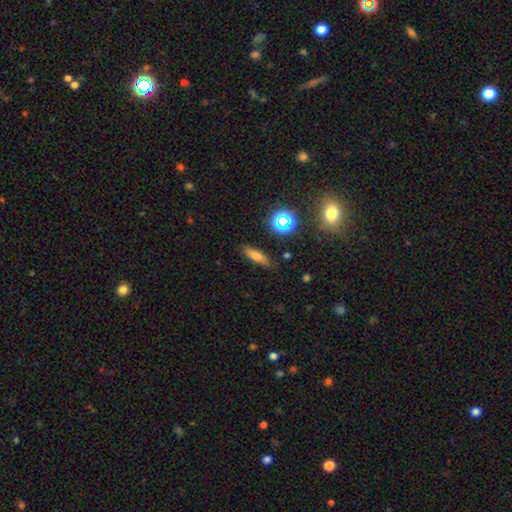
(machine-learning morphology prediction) type=smooth (71%); roundness=cigar-shaped (51%); merging=none (80%).